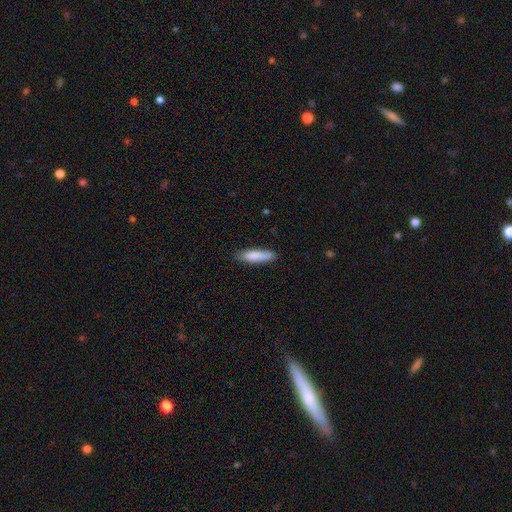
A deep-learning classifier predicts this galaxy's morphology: Overall: smooth (85%). How rounded: cigar-shaped (71%). Merging: none (82%).